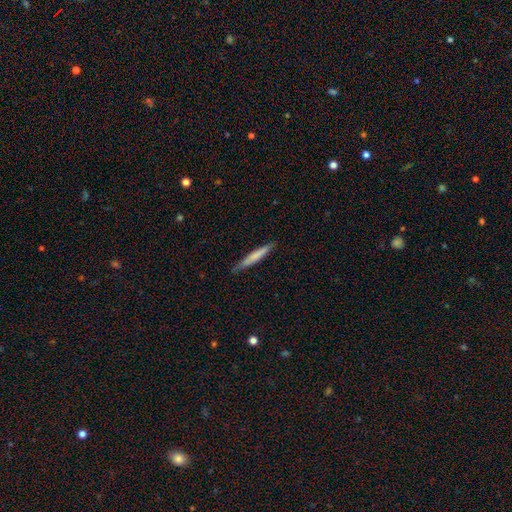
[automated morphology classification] A smooth galaxy with no disk features (67%) that is cigar-shaped (95%). Merging: none (85%).